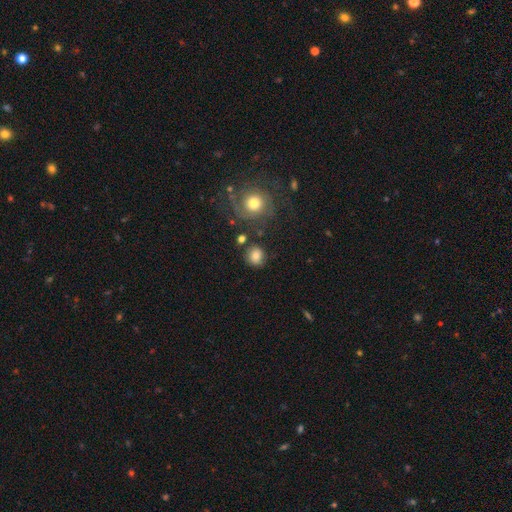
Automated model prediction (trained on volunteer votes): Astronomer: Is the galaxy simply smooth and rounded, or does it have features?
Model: smooth — 79%.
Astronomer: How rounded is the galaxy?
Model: round — 86%.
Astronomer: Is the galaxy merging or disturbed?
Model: none — 79%.